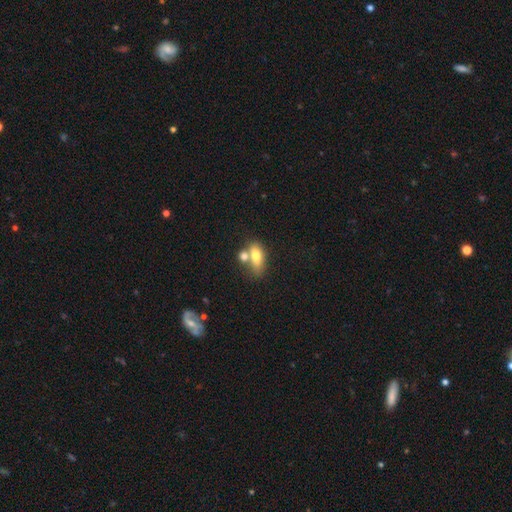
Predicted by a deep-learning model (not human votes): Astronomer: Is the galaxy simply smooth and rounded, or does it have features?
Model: smooth — 70%.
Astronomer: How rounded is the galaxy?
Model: in between — 80%.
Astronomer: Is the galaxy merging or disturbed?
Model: merger — 46% (runner-up: none, 37%).